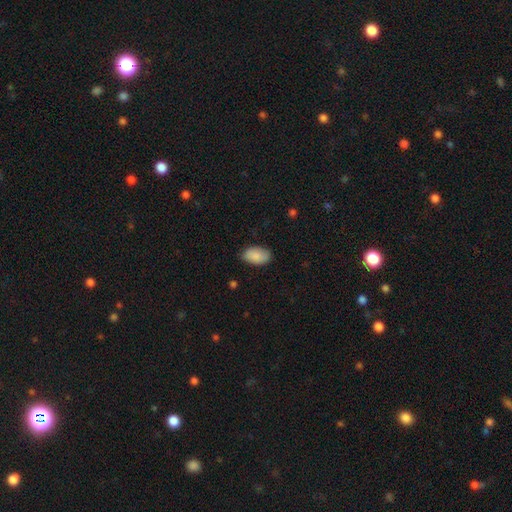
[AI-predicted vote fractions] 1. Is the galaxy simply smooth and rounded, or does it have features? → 88% smooth, 6% star or artifact, 6% featured or disk.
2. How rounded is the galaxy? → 93% in between, 5% round, 1% cigar-shaped.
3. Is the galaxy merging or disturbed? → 82% none, 14% minor disturbance, 3% major disturbance, 1% merger.